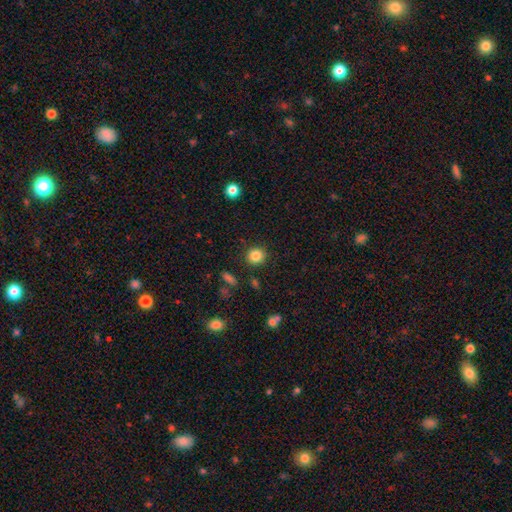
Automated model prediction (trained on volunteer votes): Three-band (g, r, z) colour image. It shows a smooth galaxy with no disk features (85%) that is round (87%). Merging: none (89%).